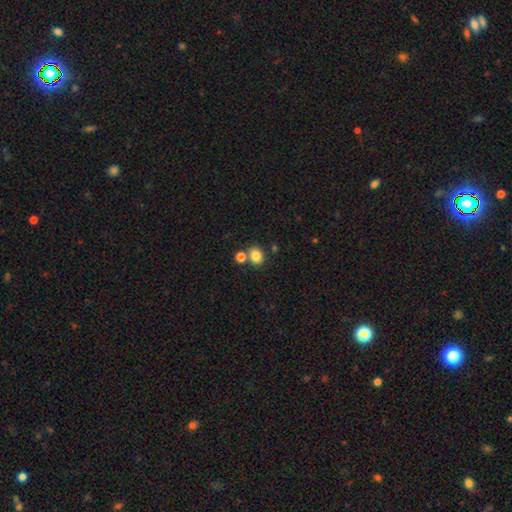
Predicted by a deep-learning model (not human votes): Smooth or featured?
  - smooth: 82% *
  - star or artifact: 11%
  - featured or disk: 7%
How rounded?
  - round: 53% *
  - in between: 46%
  - cigar-shaped: 1%
Merging?
  - none: 66% *
  - merger: 21%
  - minor disturbance: 10%
  - major disturbance: 3%